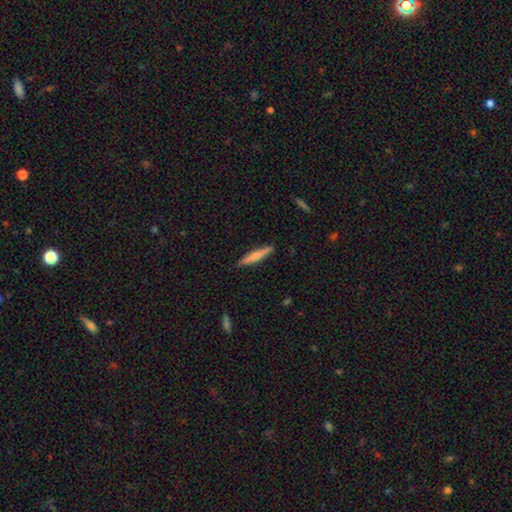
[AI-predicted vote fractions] Smooth or featured? smooth (63%)
How rounded? cigar-shaped (93%)
Merging? none (89%)